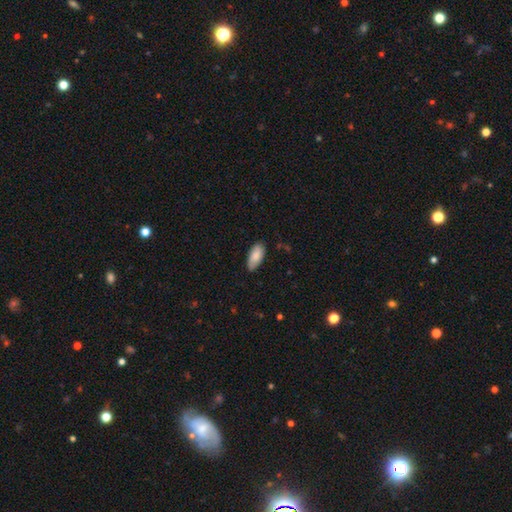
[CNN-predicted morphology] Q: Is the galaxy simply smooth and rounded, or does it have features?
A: smooth — 83%.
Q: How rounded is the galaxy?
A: in between — 89%.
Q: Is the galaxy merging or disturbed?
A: none — 80%.